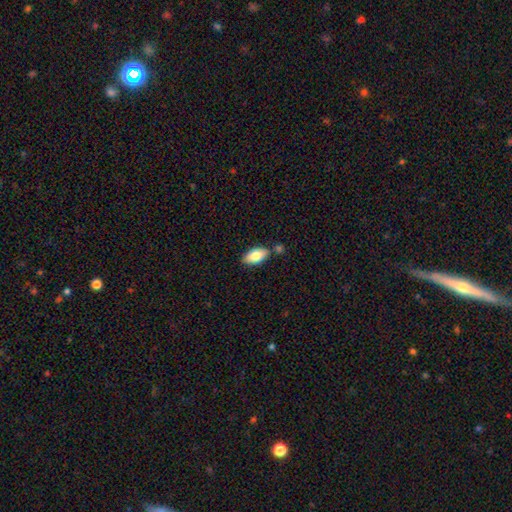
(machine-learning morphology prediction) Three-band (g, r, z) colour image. It shows a smooth galaxy with no disk features (80%) that is in between round and cigar-shaped (93%). Merging: none (74%).